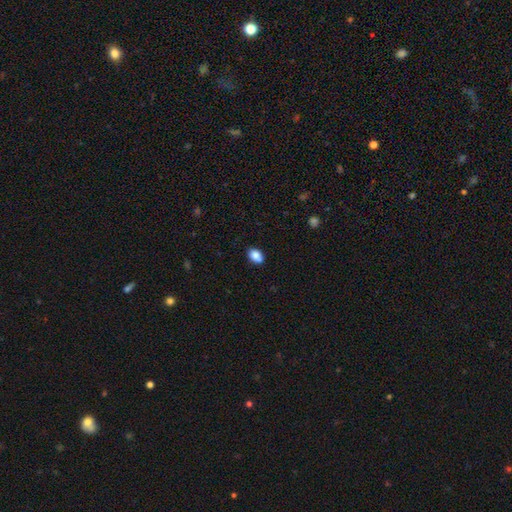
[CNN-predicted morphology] smooth_or_featured: smooth (p=0.85) [alt: star or artifact p=0.09]
how_rounded: in between (p=0.83) [alt: round p=0.16]
merging: none (p=0.76) [alt: minor disturbance p=0.16]